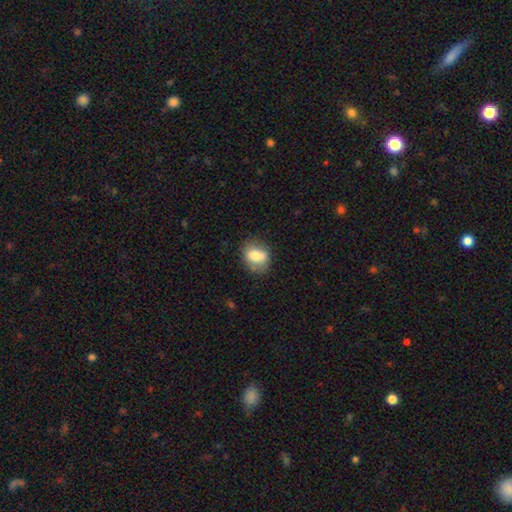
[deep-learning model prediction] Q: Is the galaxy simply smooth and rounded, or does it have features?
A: smooth — 76%.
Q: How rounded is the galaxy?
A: in between — 58%.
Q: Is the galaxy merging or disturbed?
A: none — 68%.